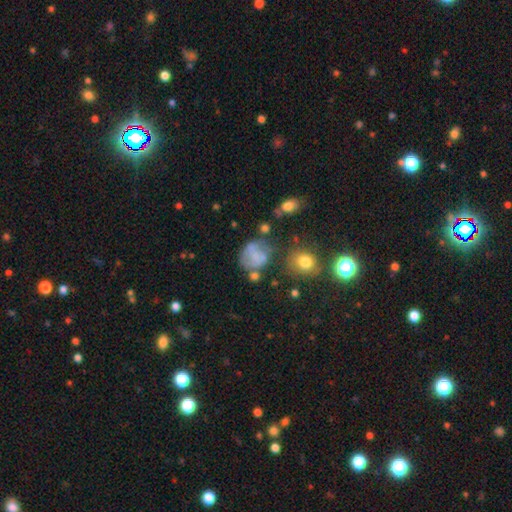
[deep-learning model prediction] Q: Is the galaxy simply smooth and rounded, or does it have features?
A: smooth — 49%.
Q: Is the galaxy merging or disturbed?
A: none — 43%.